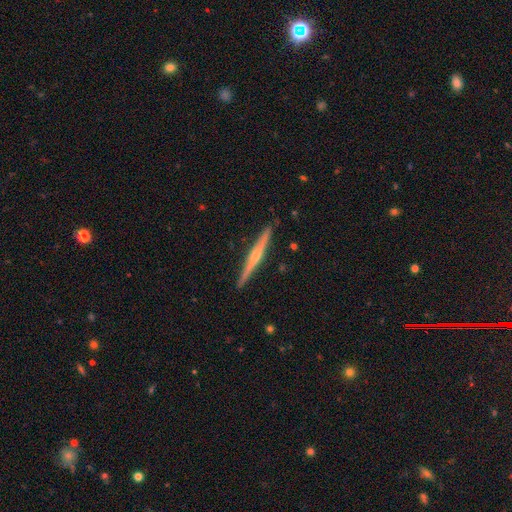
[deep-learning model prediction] Smooth or featured? Predicted: featured or disk (p=0.73). Edge-on disk? Predicted: yes (p=0.98). Edge-on bulge? Predicted: rounded (p=0.73). Merging? Predicted: none (p=0.91).